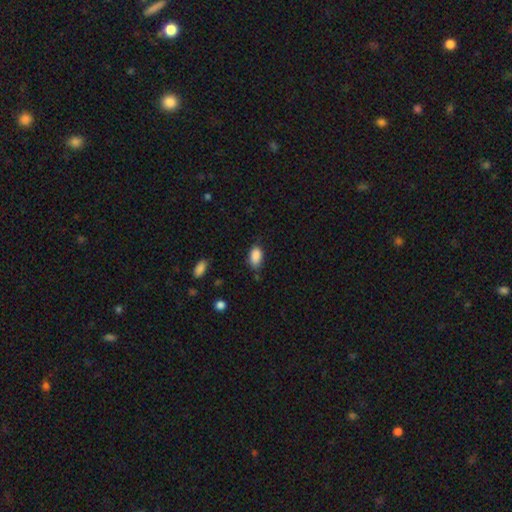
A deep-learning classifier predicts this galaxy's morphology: type=smooth (88%); roundness=in between (92%); merging=none (70%).